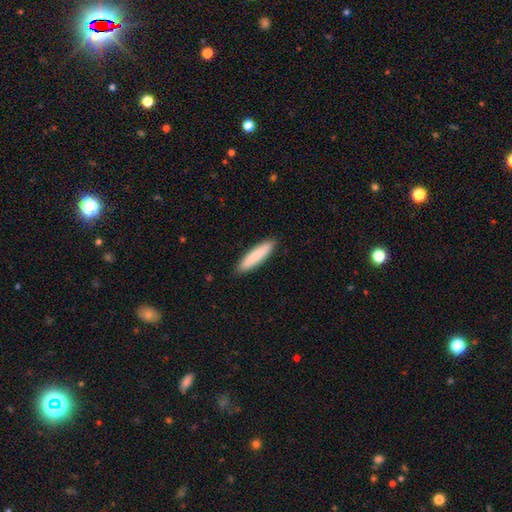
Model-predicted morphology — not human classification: A smooth galaxy with no disk features (84%) that is cigar-shaped (82%). Merging: none (90%).